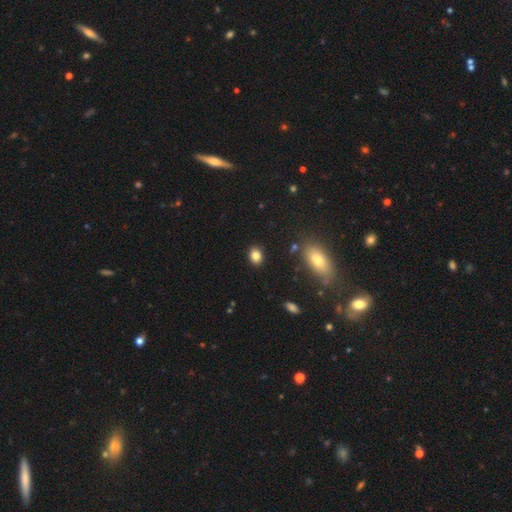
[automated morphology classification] type=smooth (84%); roundness=in between (52%); merging=none (88%).